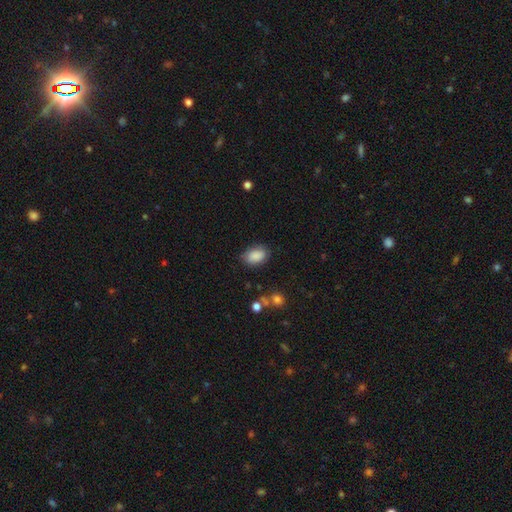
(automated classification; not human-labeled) Smooth or featured?
  - smooth: 88% *
  - star or artifact: 7%
  - featured or disk: 5%
How rounded?
  - in between: 88% *
  - round: 11%
  - cigar-shaped: 1%
Merging?
  - none: 80% *
  - minor disturbance: 15%
  - major disturbance: 4%
  - merger: 2%